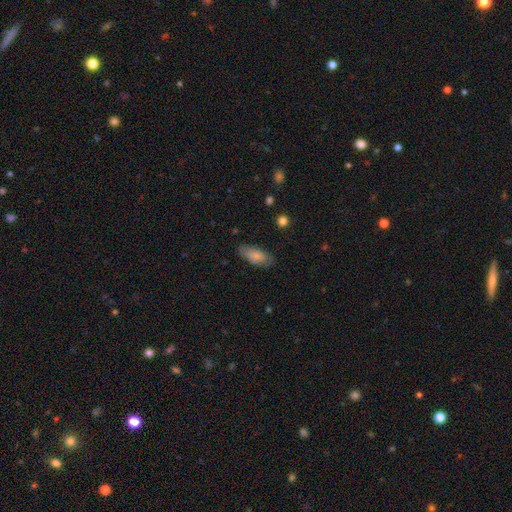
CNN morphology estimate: Overall: smooth (75%). How rounded: in between (86%). Merging: none (72%).